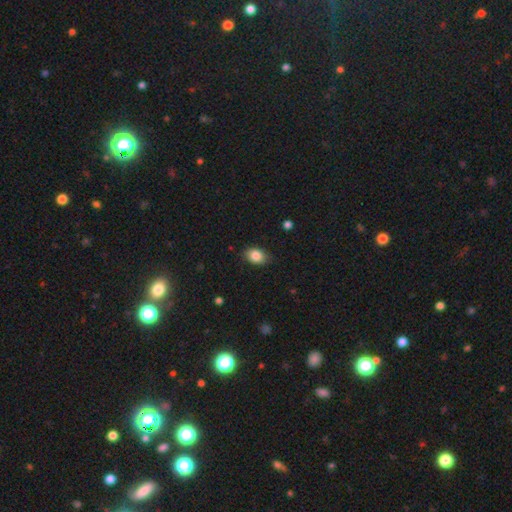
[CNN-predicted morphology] A smooth galaxy with no disk features (85%) that is in between round and cigar-shaped (78%). Merging: none (81%).